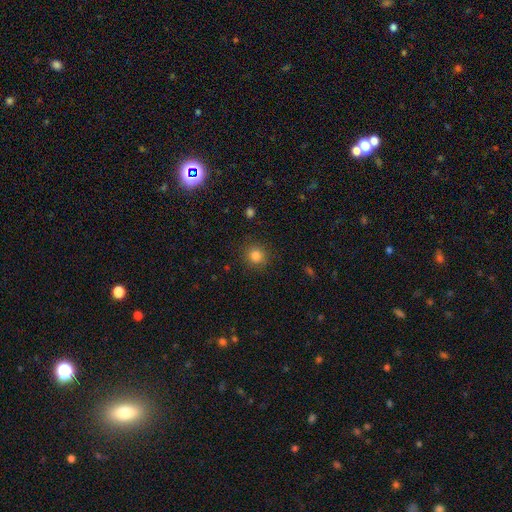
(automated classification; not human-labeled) smooth 82%, star or artifact 12%, featured or disk 5%. Down the decision tree: how rounded — round (92%); merging — none (90%).